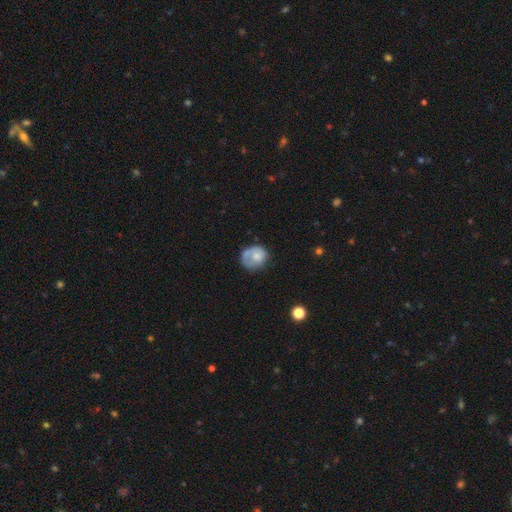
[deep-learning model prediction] Overall: smooth (60%; featured or disk 32%). How rounded: round (65%; in between 34%). Merging: none (47%; minor disturbance 28%).